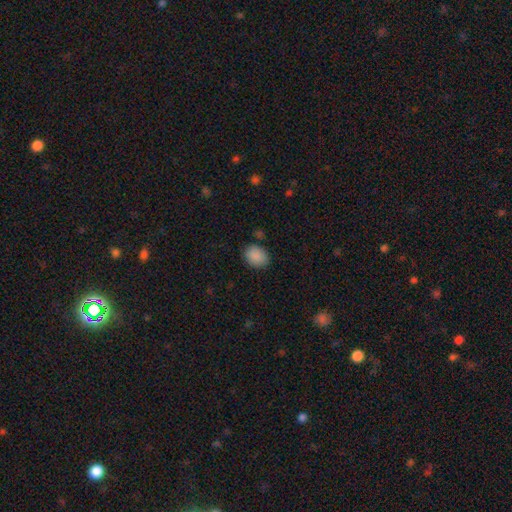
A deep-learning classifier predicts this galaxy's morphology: Overall: smooth (89%). How rounded: in between (55%; round 44%). Merging: none (82%).